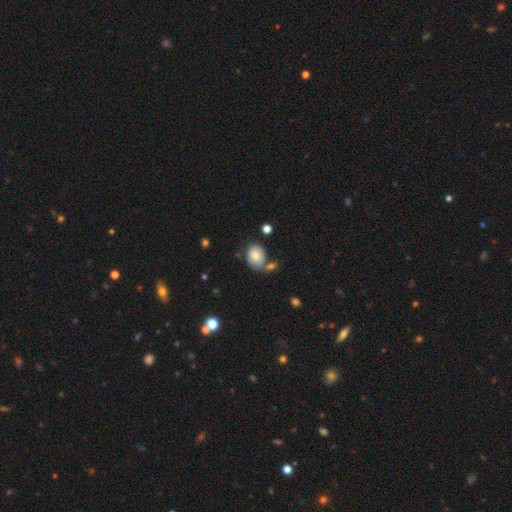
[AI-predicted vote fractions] smooth 78%, featured or disk 14%, star or artifact 8%. Down the decision tree: how rounded — in between (64%); merging — none (54%).